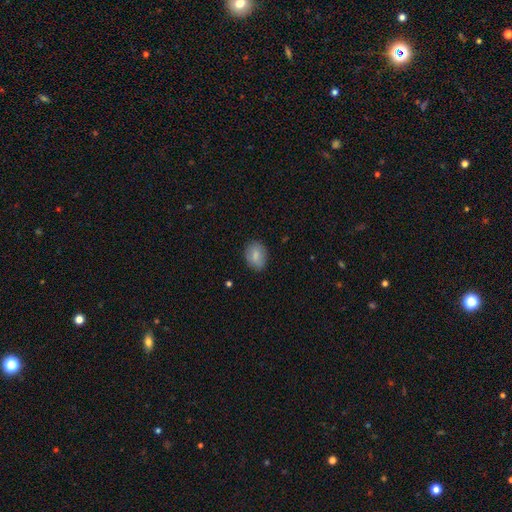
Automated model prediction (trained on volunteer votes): Smooth or featured? Predicted: smooth (p=0.80). How rounded? Predicted: in between (p=0.65). Merging? Predicted: none (p=0.83).